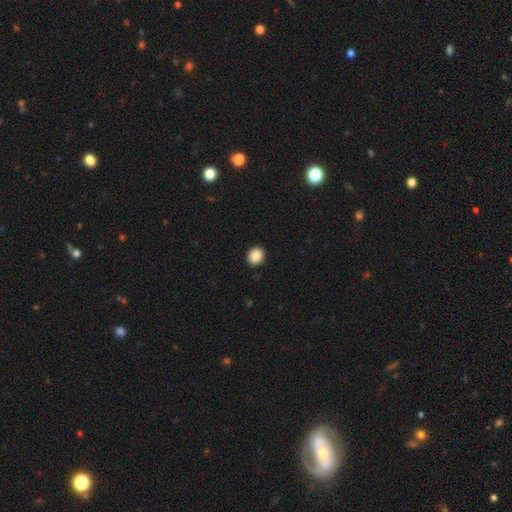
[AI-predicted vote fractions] A smooth galaxy with no disk features (88%) that is round (75%). Merging: none (92%).